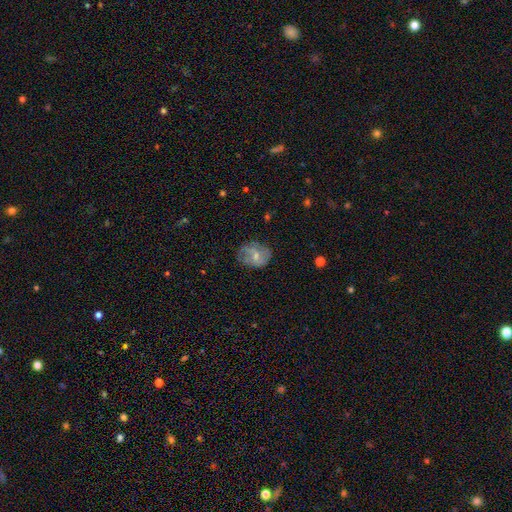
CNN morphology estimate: smooth-or-featured: smooth: 48% | featured or disk: 44% | star or artifact: 8%
  merging: none: 60% | minor disturbance: 26% | major disturbance: 13% | merger: 2%